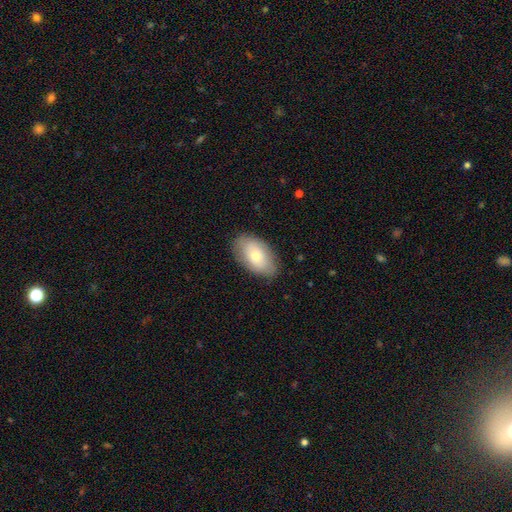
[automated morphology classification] Smooth or featured: smooth — 72% (featured or disk — 21%)
How rounded: in between — 93% (round — 5%)
Merging: none — 81% (minor disturbance — 14%)